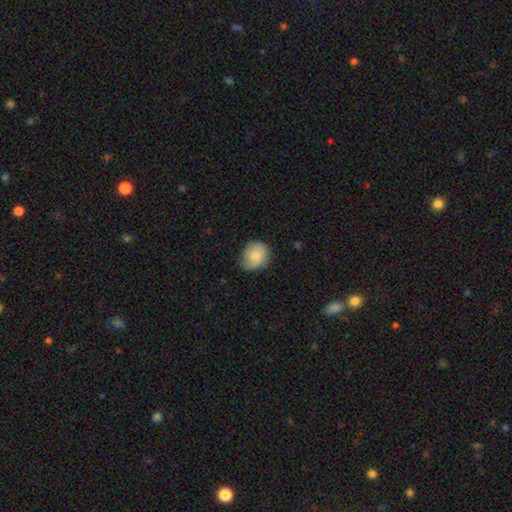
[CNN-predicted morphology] Smooth or featured?
  - smooth: 72% *
  - featured or disk: 21%
  - star or artifact: 7%
How rounded?
  - round: 68% *
  - in between: 31%
  - cigar-shaped: 1%
Merging?
  - none: 64% *
  - minor disturbance: 28%
  - major disturbance: 7%
  - merger: 1%